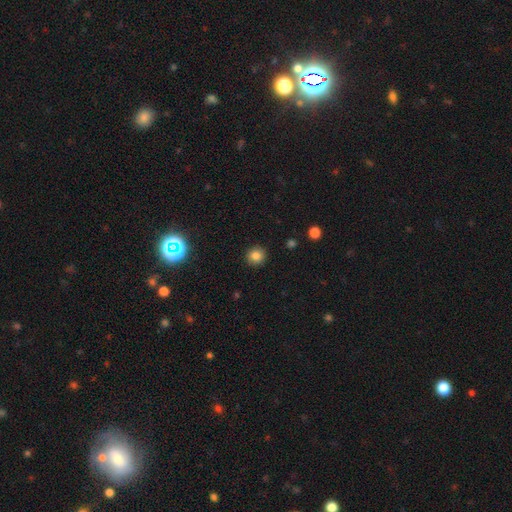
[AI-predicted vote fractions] This is clearly a smooth galaxy (82%). How rounded: clearly round (91%). Merging: clearly none (91%).